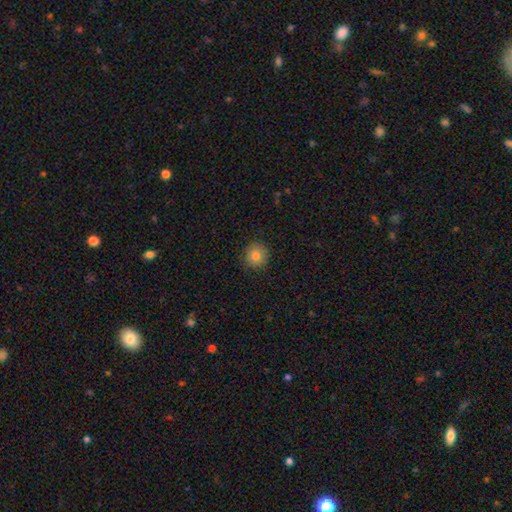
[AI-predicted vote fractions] Smooth or featured? Predicted: smooth (p=0.82). How rounded? Predicted: round (p=0.93). Merging? Predicted: none (p=0.89).